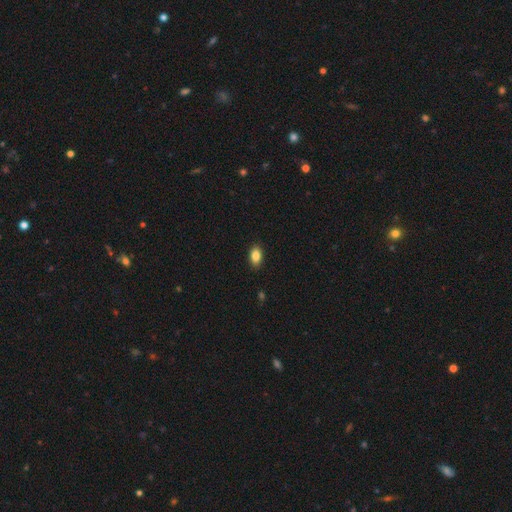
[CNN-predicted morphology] The model was most divided on "smooth or featured": smooth: 86%, star or artifact: 8%, featured or disk: 6%. More confident: how rounded — in between (88%); merging — none (88%).